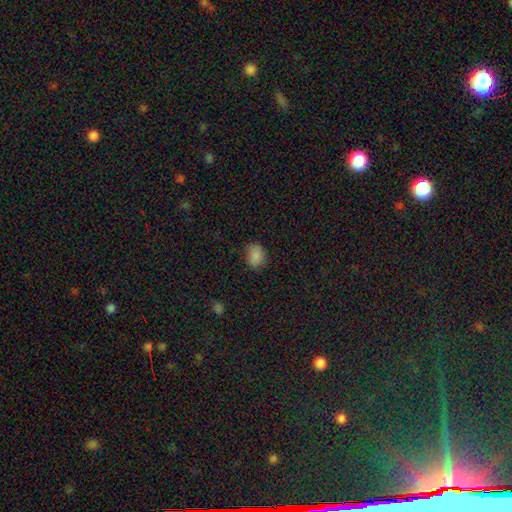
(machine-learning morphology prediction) A smooth galaxy with no disk features (85%) that is in between round and cigar-shaped (64%). Merging: none (80%).